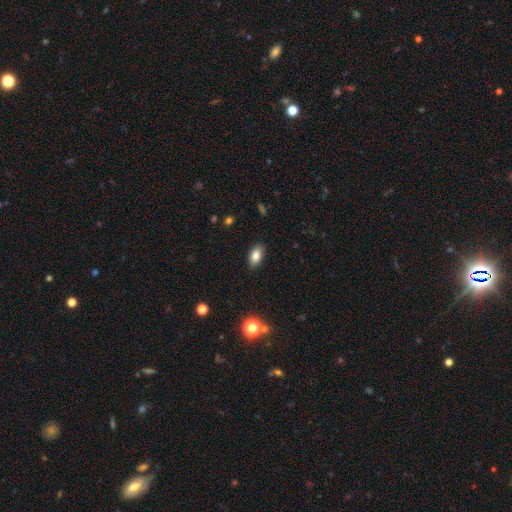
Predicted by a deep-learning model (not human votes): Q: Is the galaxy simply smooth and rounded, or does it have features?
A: smooth — 84%.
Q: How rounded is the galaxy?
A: in between — 91%.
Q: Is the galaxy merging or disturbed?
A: none — 87%.